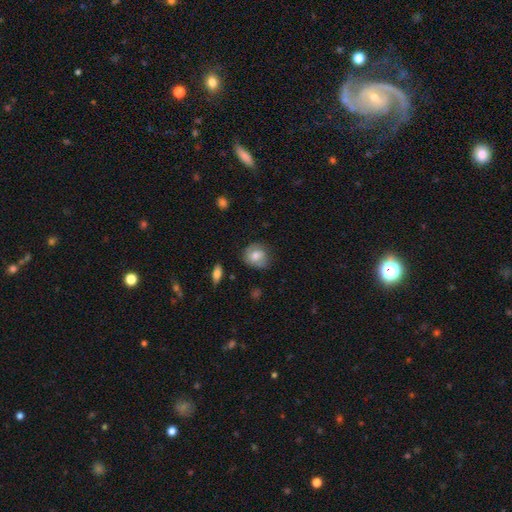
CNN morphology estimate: A smooth galaxy with no disk features (65%) that is round (74%). Merging: none (74%).